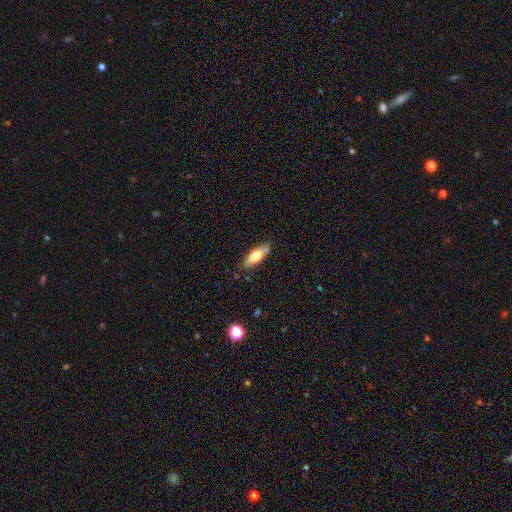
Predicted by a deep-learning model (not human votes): Smooth or featured: smooth — 70% (featured or disk — 23%)
How rounded: in between — 69% (cigar-shaped — 29%)
Merging: none — 76% (minor disturbance — 17%)